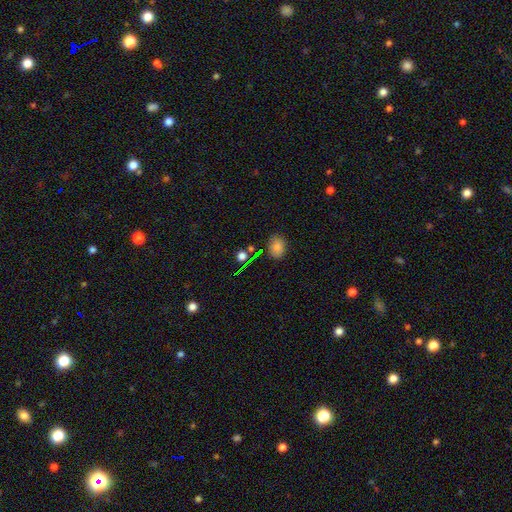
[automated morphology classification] This is likely a smooth galaxy (64%). How rounded: possibly in between (50%). Merging: clearly none (82%).